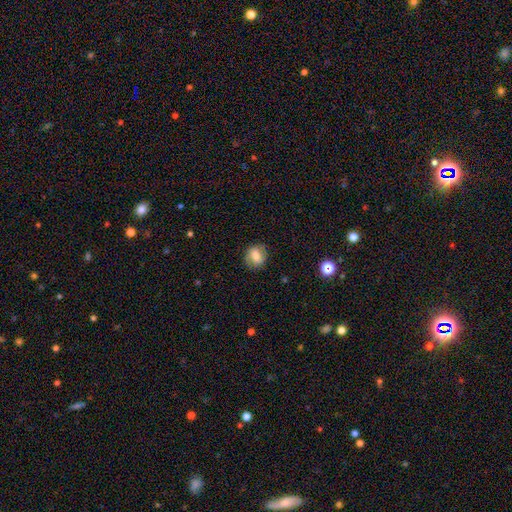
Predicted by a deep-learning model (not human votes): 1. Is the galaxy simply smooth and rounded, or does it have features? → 69% smooth, 21% featured or disk, 9% star or artifact.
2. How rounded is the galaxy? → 64% round, 34% in between, 1% cigar-shaped.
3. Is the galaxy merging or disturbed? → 80% none, 14% minor disturbance, 4% major disturbance, 1% merger.